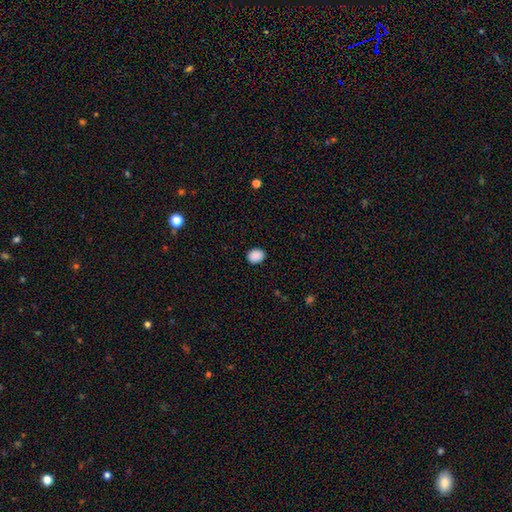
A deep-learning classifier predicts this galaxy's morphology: Smooth or featured: smooth — 90% (star or artifact — 8%)
How rounded: in between — 54% (round — 45%)
Merging: none — 90% (minor disturbance — 7%)